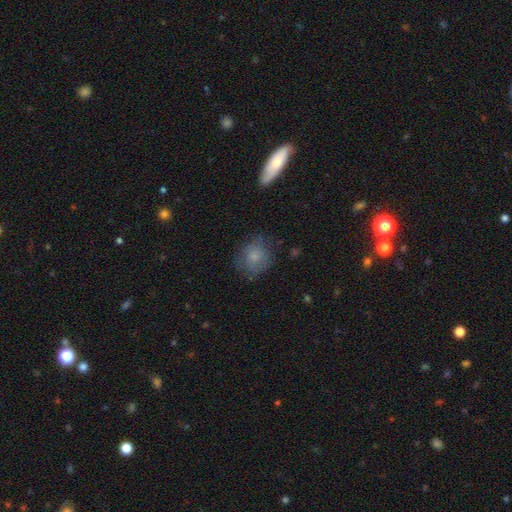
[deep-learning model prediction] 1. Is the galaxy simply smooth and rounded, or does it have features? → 68% smooth, 22% featured or disk, 10% star or artifact.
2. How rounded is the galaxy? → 70% round, 28% in between, 1% cigar-shaped.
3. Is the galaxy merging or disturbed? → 65% none, 22% minor disturbance, 11% major disturbance, 2% merger.